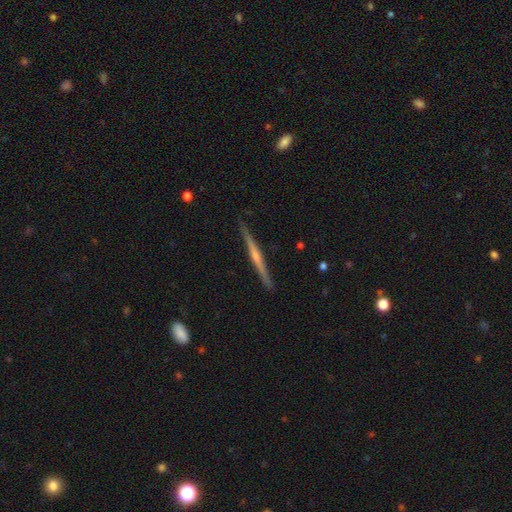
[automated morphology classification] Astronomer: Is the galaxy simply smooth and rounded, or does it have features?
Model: featured or disk — 76%.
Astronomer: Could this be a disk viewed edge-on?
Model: yes — 98%.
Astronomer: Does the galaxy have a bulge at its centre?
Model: rounded — 67%.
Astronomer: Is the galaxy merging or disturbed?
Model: none — 90%.